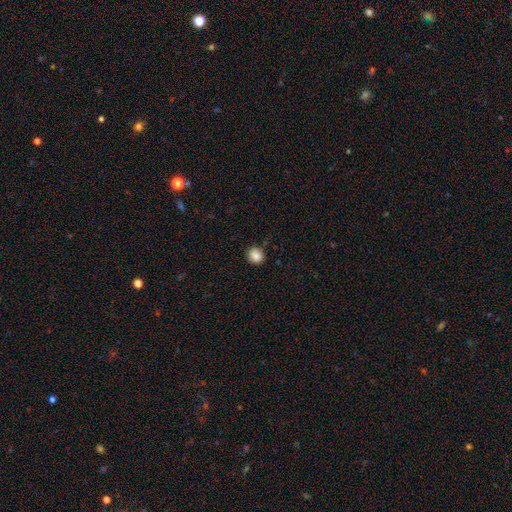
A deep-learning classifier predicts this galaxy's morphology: This appears to be a smooth galaxy with no disk features (87%) that is round (82%). Merging: none (81%).